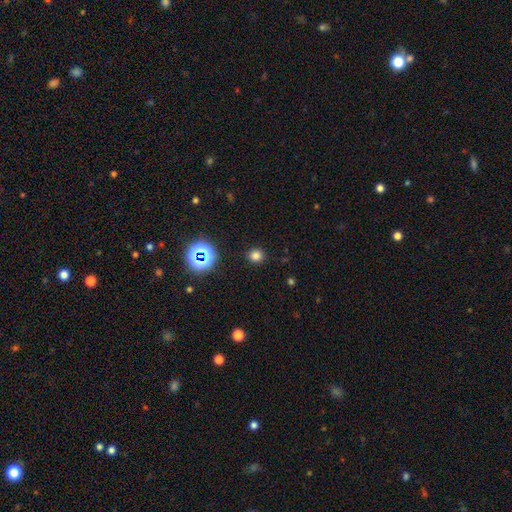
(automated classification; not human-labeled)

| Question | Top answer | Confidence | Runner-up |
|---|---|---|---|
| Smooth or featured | smooth | 75% | star or artifact (20%) |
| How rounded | round | 88% | in between (11%) |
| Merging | none | 90% | minor disturbance (6%) |